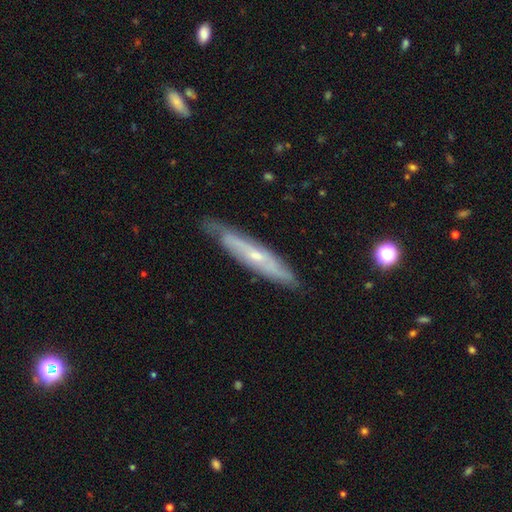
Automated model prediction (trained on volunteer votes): A featured or disk galaxy (68%) viewed edge-on (60%).

Vote fractions:
- Smooth or featured? featured or disk: 68% / smooth: 26% / star or artifact: 6%
- Edge-on disk? yes: 60% / no: 40%
- Merging? none: 78% / minor disturbance: 17% / major disturbance: 3% / merger: 1%